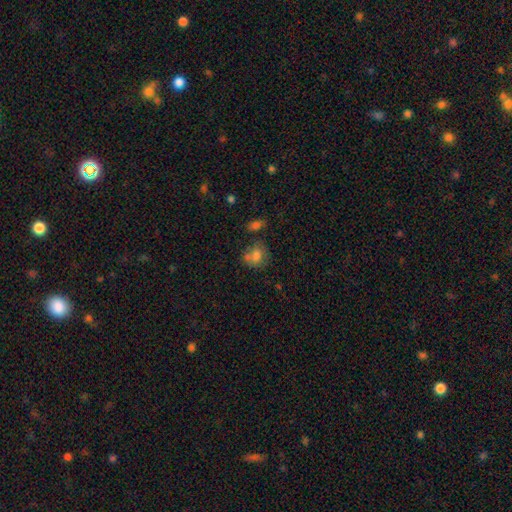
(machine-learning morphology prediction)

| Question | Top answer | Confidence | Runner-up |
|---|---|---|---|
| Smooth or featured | smooth | 75% | featured or disk (15%) |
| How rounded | round | 63% | in between (36%) |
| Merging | none | 50% | merger (25%) |